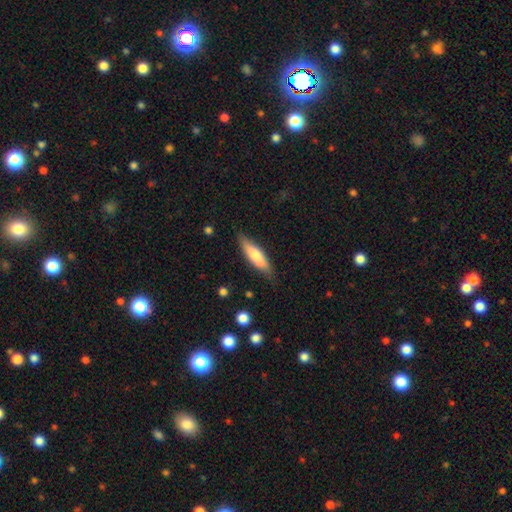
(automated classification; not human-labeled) Smooth or featured? Predicted: smooth (p=0.68). How rounded? Predicted: cigar-shaped (p=0.65). Merging? Predicted: none (p=0.79).